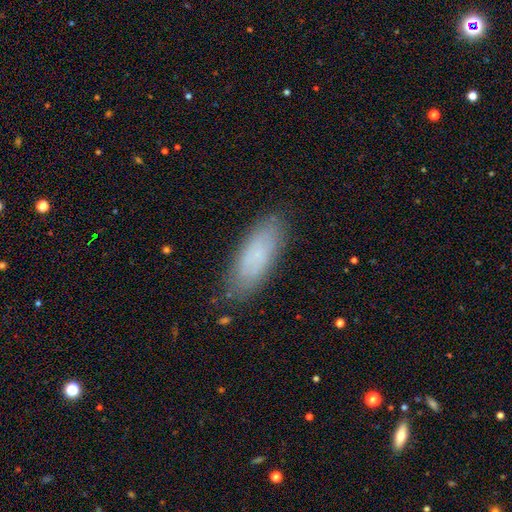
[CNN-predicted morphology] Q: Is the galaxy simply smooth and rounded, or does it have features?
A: smooth — 69%.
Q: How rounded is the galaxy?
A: in between — 70%.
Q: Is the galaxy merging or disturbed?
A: none — 81%.